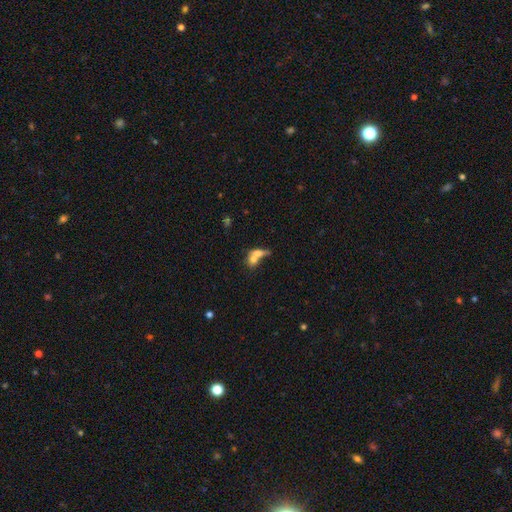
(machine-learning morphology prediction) The model was most divided on "how rounded": in between: 58%, round: 31%, cigar-shaped: 11%. More confident: merging — merger (66%); smooth or featured — smooth (66%).